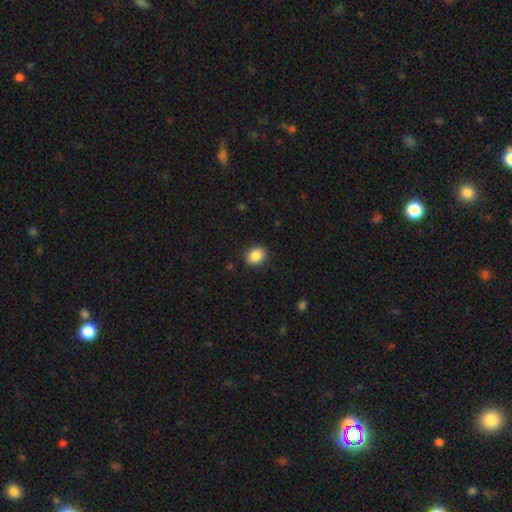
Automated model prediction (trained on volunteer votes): This is clearly a smooth galaxy (87%). How rounded: possibly in between (52%). Merging: clearly none (88%).